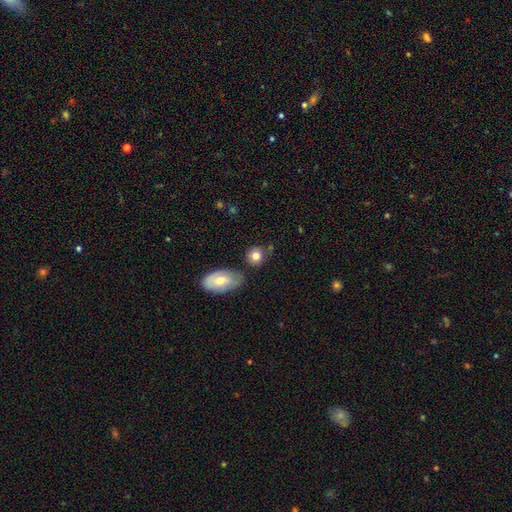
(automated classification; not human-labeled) This is clearly a smooth galaxy (81%). How rounded: likely round (74%). Merging: likely none (71%).